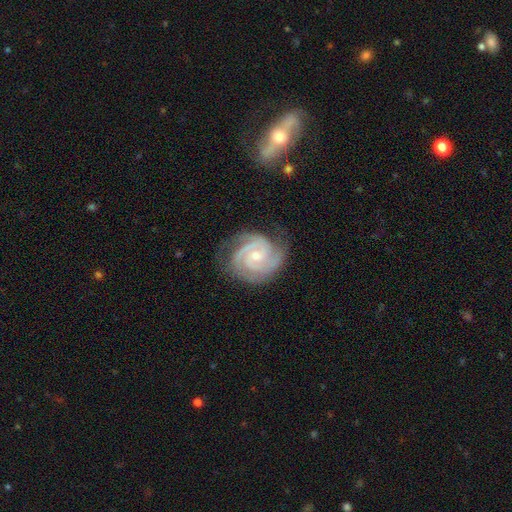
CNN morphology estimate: Smooth or featured? featured or disk (92%)
Edge-on disk? no (98%)
Bar? no (59%)
Spiral arms? yes (99%)
Spiral winding? tight (74%)
Spiral arm count? 3 (42%)
Bulge size? small (59%)
Merging? none (76%)